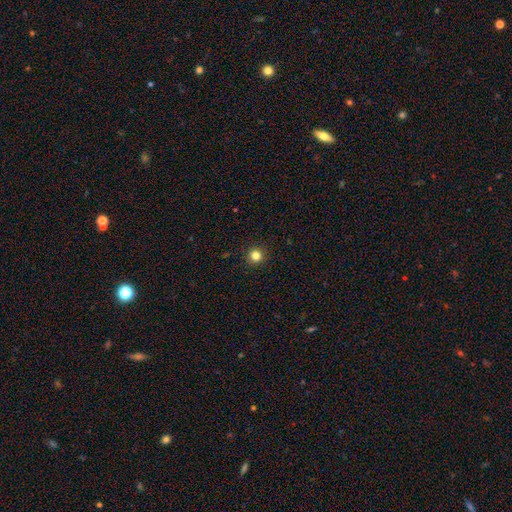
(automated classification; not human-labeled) smooth_or_featured: smooth (p=0.82) [alt: star or artifact p=0.13]
how_rounded: round (p=0.95) [alt: in between p=0.04]
merging: none (p=0.93) [alt: minor disturbance p=0.05]